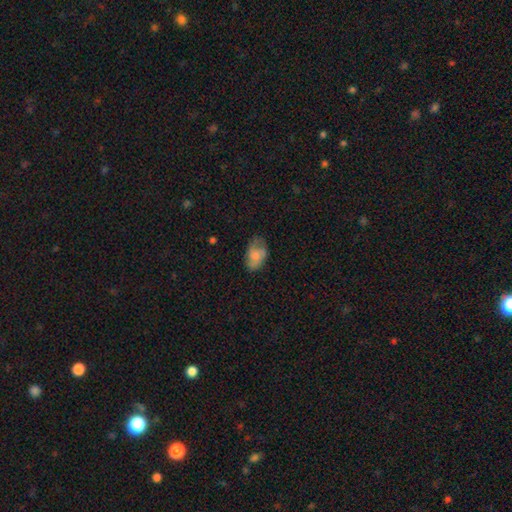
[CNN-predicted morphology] Q: Smooth or featured?
A: smooth (61%); runner-up: featured or disk (31%)
Q: How rounded?
A: in between (89%); runner-up: round (9%)
Q: Merging?
A: none (62%); runner-up: minor disturbance (27%)